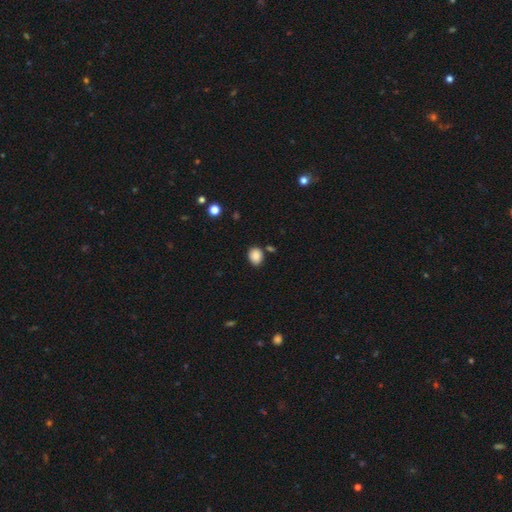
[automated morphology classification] Overall: smooth (87%). How rounded: round (50%; in between 49%). Merging: none (80%).